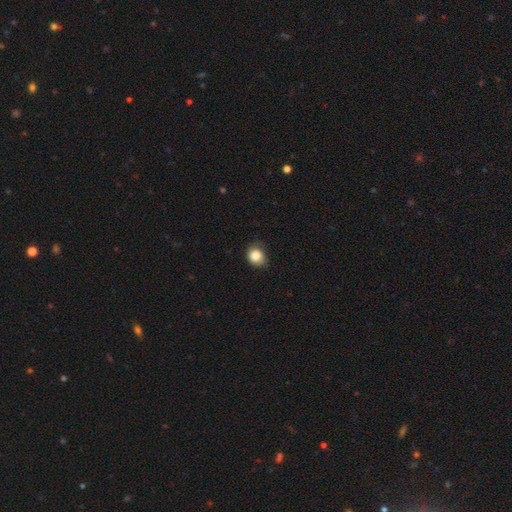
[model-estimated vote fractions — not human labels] This is clearly a smooth galaxy (83%). How rounded: likely round (67%). Merging: likely none (62%).